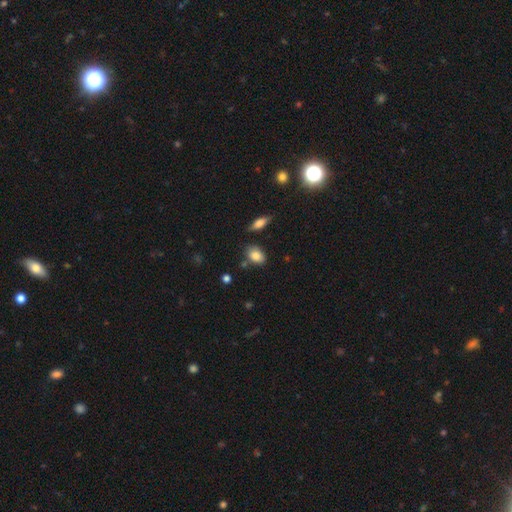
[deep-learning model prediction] Smooth or featured? smooth (83%)
How rounded? in between (79%)
Merging? none (74%)